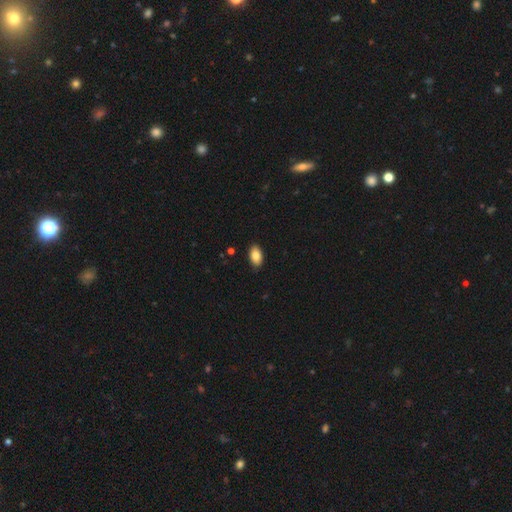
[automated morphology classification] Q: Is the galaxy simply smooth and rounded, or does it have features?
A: smooth — 85%.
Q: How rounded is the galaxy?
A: in between — 93%.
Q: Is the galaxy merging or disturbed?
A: none — 88%.